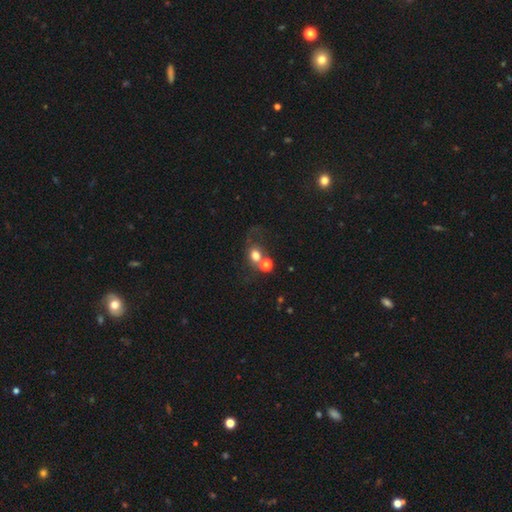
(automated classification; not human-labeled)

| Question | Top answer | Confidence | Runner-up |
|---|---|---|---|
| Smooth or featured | smooth | 67% | featured or disk (18%) |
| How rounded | round | 69% | in between (29%) |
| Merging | merger | 38% | none (35%) |